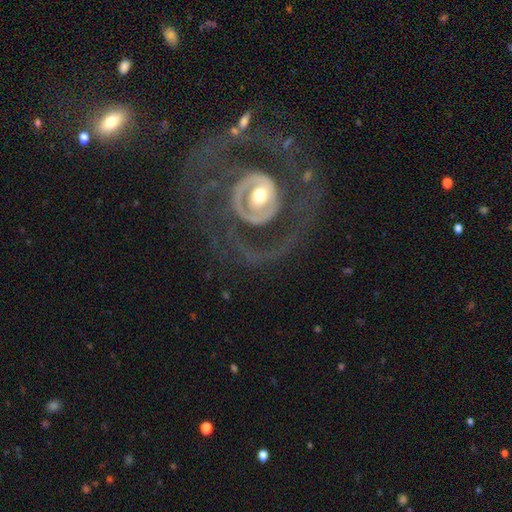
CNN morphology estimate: Q: Smooth or featured?
A: featured or disk (80%); runner-up: smooth (13%)
Q: Edge-on disk?
A: no (95%); runner-up: yes (5%)
Q: Bar?
A: no (60%); runner-up: weak (23%)
Q: Spiral arms?
A: yes (56%); runner-up: no (44%)
Q: Bulge size?
A: moderate (58%); runner-up: small (25%)
Q: Merging?
A: none (70%); runner-up: major disturbance (15%)